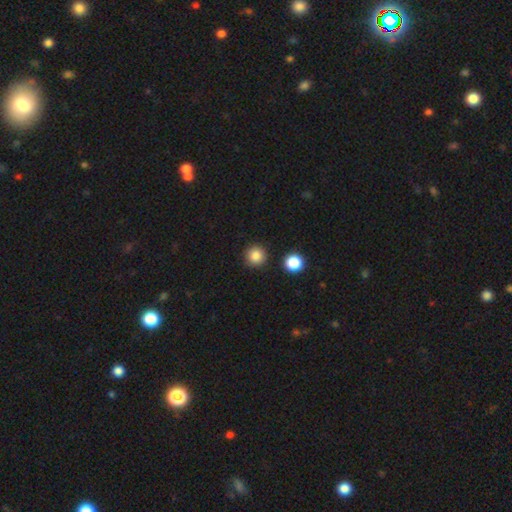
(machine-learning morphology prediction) Smooth or featured: smooth — 84% (star or artifact — 11%)
How rounded: round — 95% (in between — 4%)
Merging: none — 89% (minor disturbance — 6%)